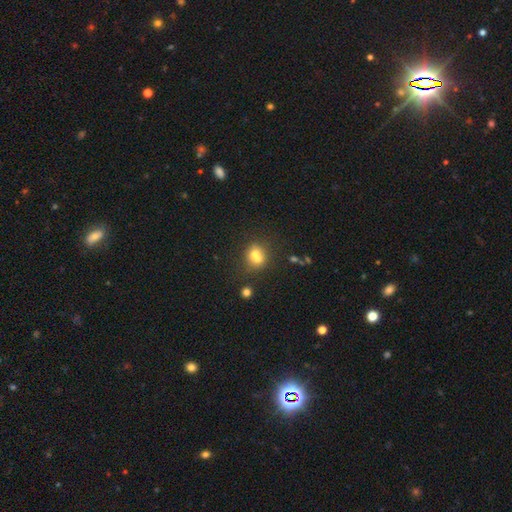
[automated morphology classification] type=smooth (67%); roundness=round (75%); merging=merger (53%).